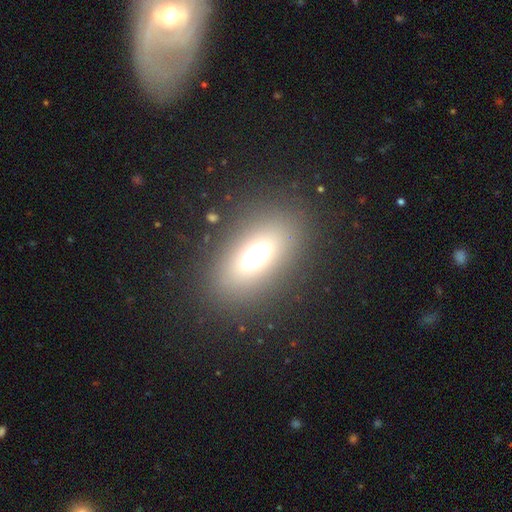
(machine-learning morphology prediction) Overall: smooth (55%; featured or disk 24%). How rounded: in between (77%). Merging: none (83%).